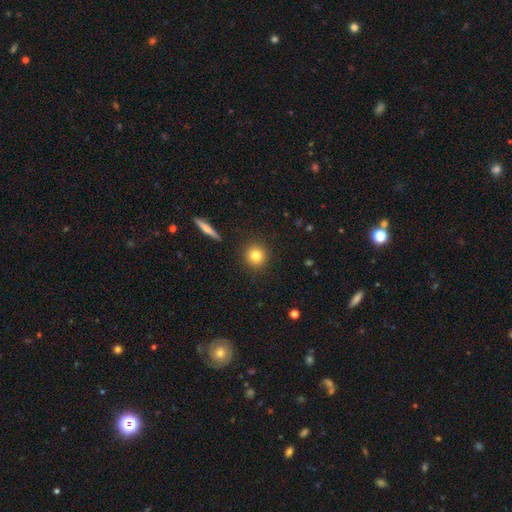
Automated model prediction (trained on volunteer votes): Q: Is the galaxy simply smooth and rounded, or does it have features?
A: smooth — 80%.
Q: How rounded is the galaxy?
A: round — 93%.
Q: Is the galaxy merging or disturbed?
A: none — 91%.